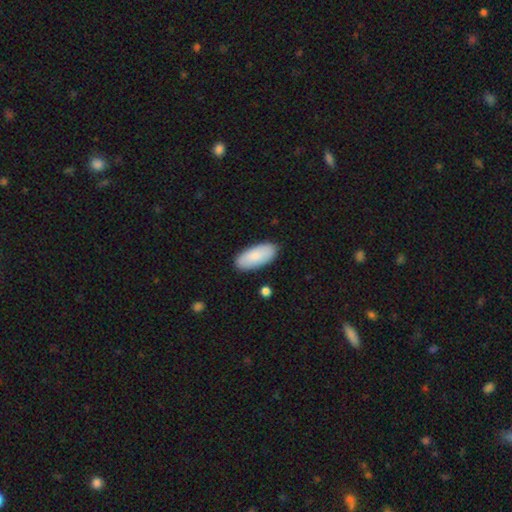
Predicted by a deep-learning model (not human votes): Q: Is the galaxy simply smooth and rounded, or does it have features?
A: smooth — 85%.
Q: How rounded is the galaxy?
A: in between — 89%.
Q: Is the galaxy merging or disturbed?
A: none — 87%.